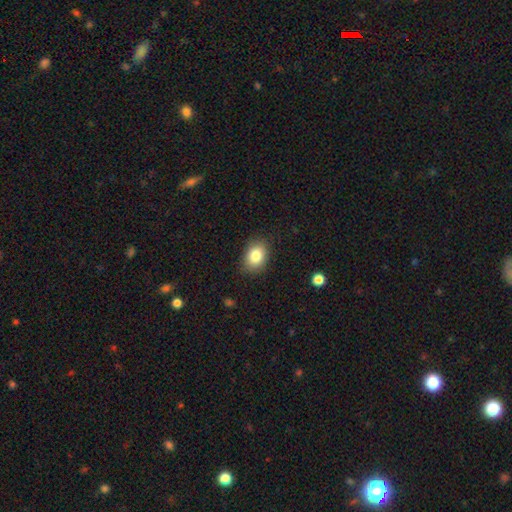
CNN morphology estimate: smooth-or-featured: smooth: 83% | star or artifact: 9% | featured or disk: 8%
  how-rounded: in between: 69% | round: 30% | cigar-shaped: 1%
  merging: none: 85% | minor disturbance: 11% | major disturbance: 3% | merger: 1%